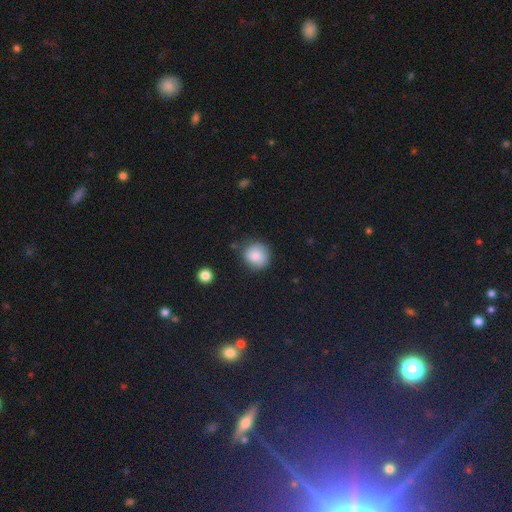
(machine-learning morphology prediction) Overall: smooth (83%). How rounded: round (89%). Merging: none (77%).